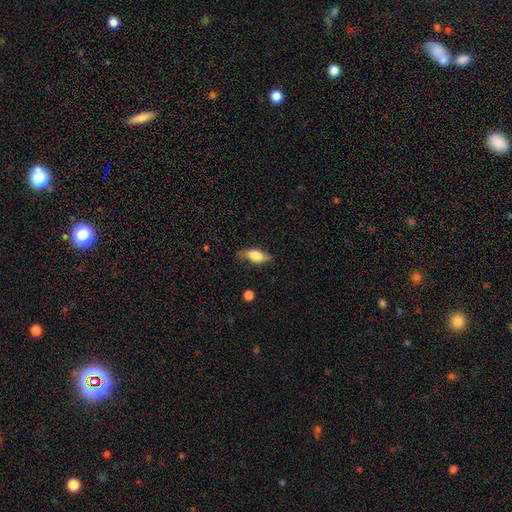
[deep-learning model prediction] The model was most divided on "smooth or featured": smooth: 68%, featured or disk: 25%, star or artifact: 7%. More confident: how rounded — in between (77%); merging — none (72%).